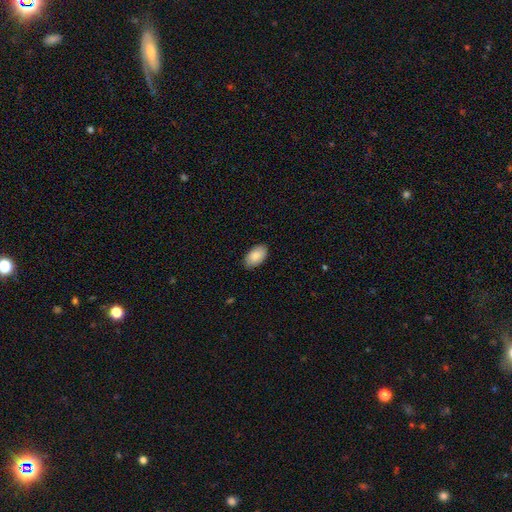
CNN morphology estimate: Overall: smooth (87%). How rounded: in between (95%). Merging: none (85%).